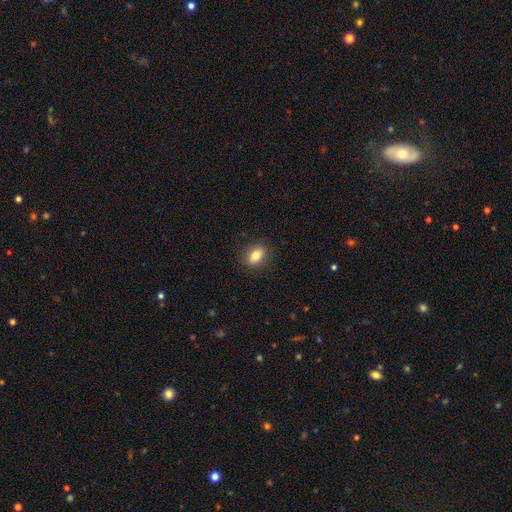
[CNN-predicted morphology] This is clearly a smooth galaxy (82%). How rounded: likely in between (73%). Merging: clearly none (88%).